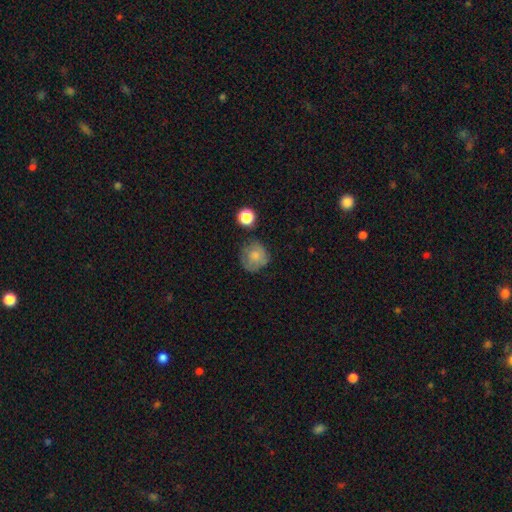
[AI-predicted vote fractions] smooth_or_featured: smooth (p=0.69) [alt: featured or disk p=0.21]
how_rounded: round (p=0.86) [alt: in between p=0.13]
merging: none (p=0.63) [alt: minor disturbance p=0.24]